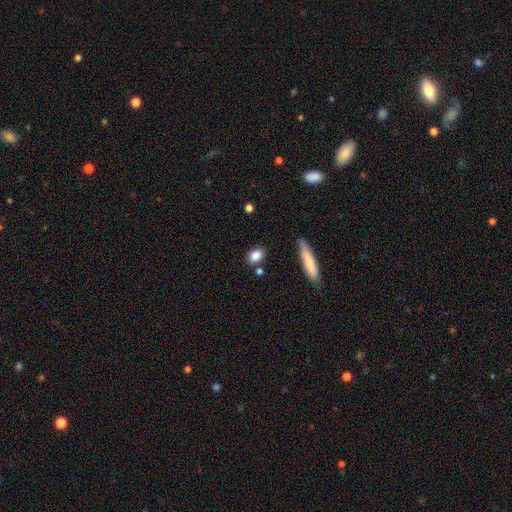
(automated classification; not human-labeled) A smooth galaxy with no disk features (84%) that is in between round and cigar-shaped (62%).

Vote fractions:
- Smooth or featured? smooth: 84% / star or artifact: 8% / featured or disk: 8%
- How rounded? in between: 62% / round: 31% / cigar-shaped: 7%
- Merging? none: 76% / minor disturbance: 14% / merger: 7% / major disturbance: 3%